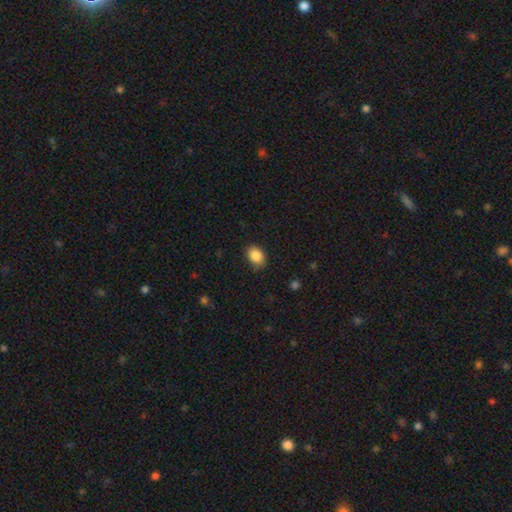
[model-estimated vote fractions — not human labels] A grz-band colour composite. It shows a smooth galaxy with no disk features (87%) that is in between round and cigar-shaped (68%). Merging: none (79%).